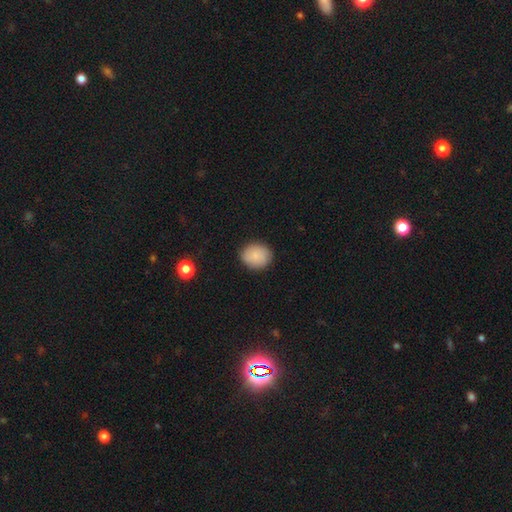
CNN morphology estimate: Smooth or featured?
  - smooth: 84% *
  - featured or disk: 8%
  - star or artifact: 7%
How rounded?
  - round: 74% *
  - in between: 25%
  - cigar-shaped: 1%
Merging?
  - none: 87% *
  - minor disturbance: 10%
  - major disturbance: 2%
  - merger: 1%